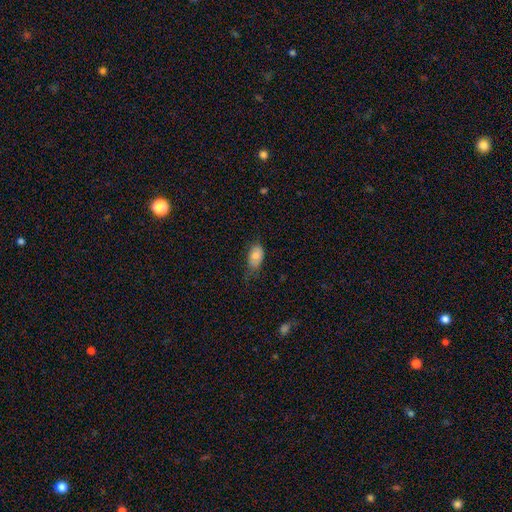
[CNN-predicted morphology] smooth 76%, featured or disk 16%, star or artifact 8%. Down the decision tree: how rounded — in between (91%); merging — none (54%).